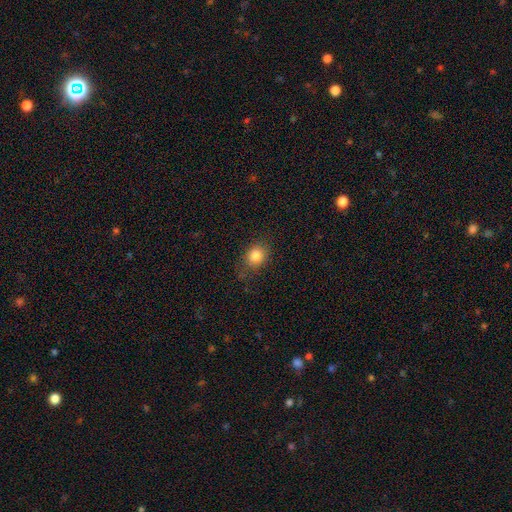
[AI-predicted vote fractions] smooth-or-featured: smooth: 83% | star or artifact: 10% | featured or disk: 7%
  how-rounded: round: 59% | in between: 40% | cigar-shaped: 1%
  merging: none: 76% | minor disturbance: 17% | major disturbance: 6% | merger: 1%